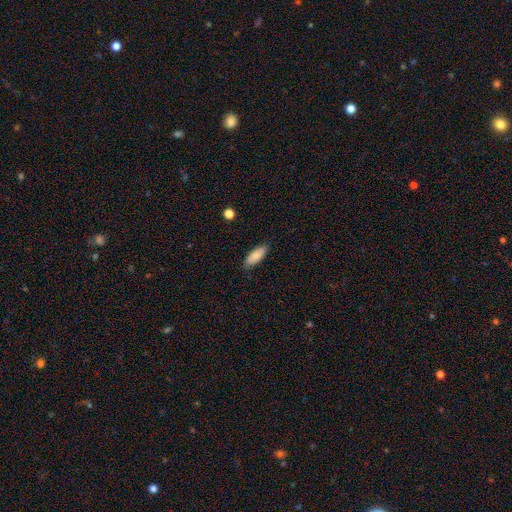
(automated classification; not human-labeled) Morphology: type=smooth (83%); roundness=in between (71%); merging=none (83%).